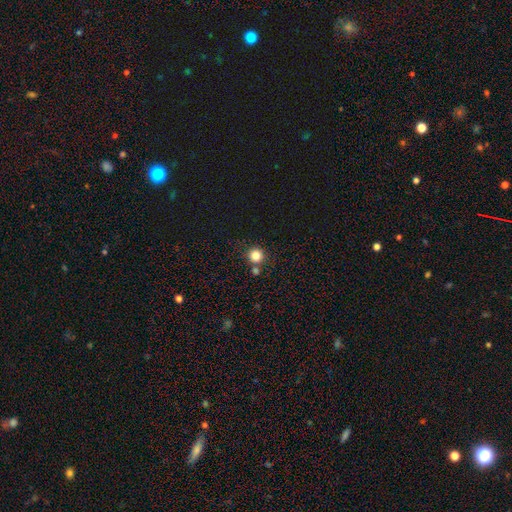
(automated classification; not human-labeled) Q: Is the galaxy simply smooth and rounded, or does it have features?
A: smooth — 84%.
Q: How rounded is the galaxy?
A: round — 93%.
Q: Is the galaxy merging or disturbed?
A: none — 74%.